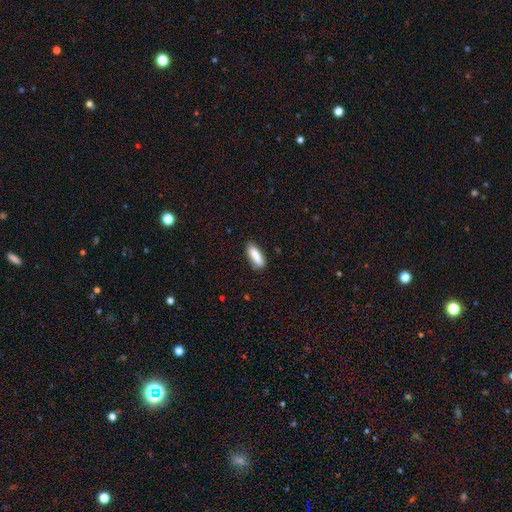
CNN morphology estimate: type=smooth (85%); roundness=cigar-shaped (52%); merging=none (82%).